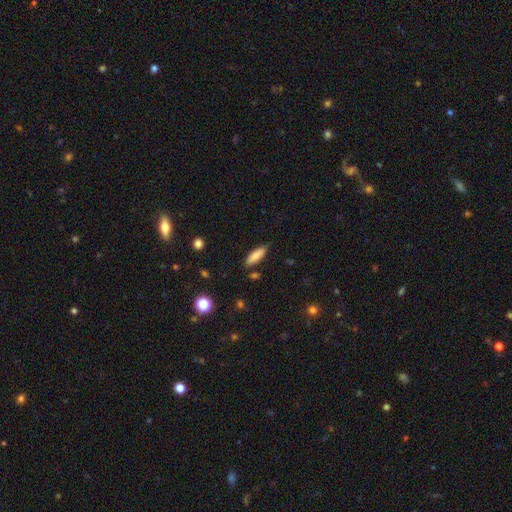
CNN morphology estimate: Smooth or featured? smooth (81%)
How rounded? in between (50%)
Merging? none (82%)